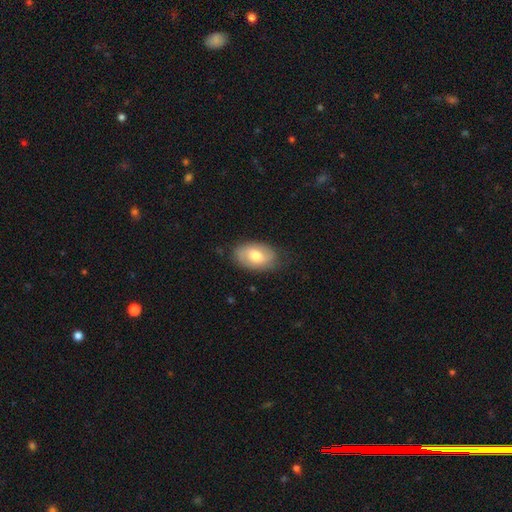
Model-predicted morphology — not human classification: The model was most divided on "smooth or featured": smooth: 59%, featured or disk: 35%, star or artifact: 6%. More confident: how rounded — in between (91%); merging — none (76%).